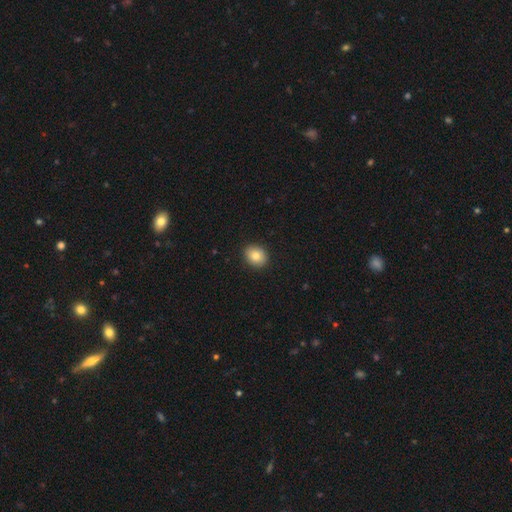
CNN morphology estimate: Q: Smooth or featured?
A: smooth (81%); runner-up: featured or disk (10%)
Q: How rounded?
A: round (58%); runner-up: in between (41%)
Q: Merging?
A: none (90%); runner-up: minor disturbance (7%)